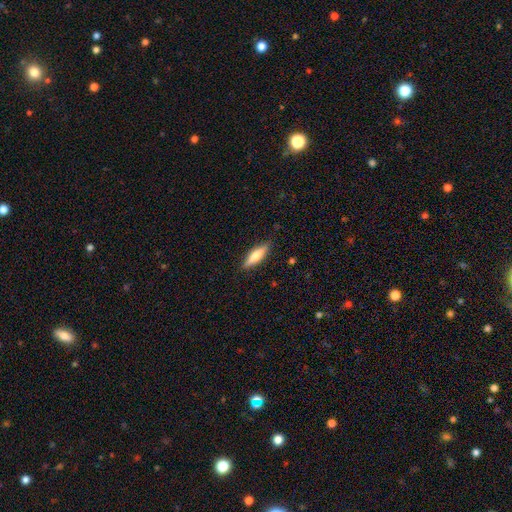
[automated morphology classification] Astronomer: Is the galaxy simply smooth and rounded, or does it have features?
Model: smooth — 67%.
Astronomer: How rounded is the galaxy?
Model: cigar-shaped — 64%.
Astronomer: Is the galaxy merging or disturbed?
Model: none — 87%.